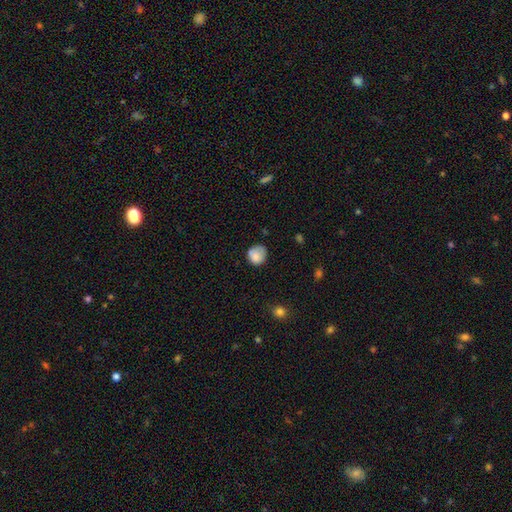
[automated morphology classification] Overall: smooth (81%). How rounded: round (78%). Merging: none (59%; minor disturbance 28%).